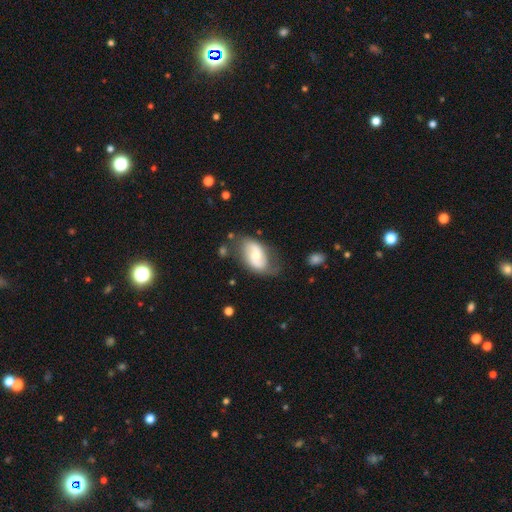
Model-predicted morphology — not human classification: featured or disk 53%, smooth 40%, star or artifact 6%. Down the decision tree: edge-on disk — no (94%); bar — no (52%); spiral arms — yes (79%); bulge size — moderate (55%); merging — none (58%).